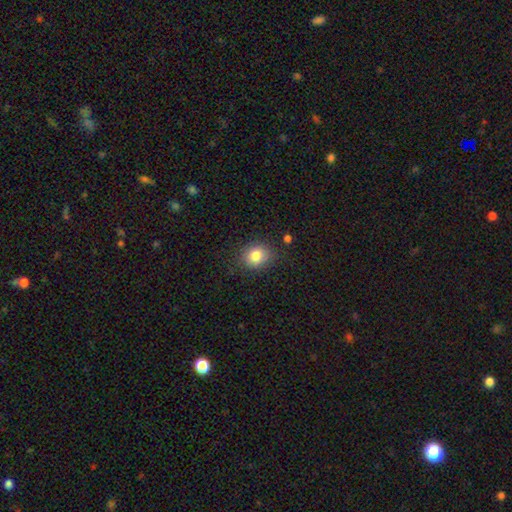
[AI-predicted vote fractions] Smooth or featured: smooth — 82% (star or artifact — 10%)
How rounded: round — 67% (in between — 32%)
Merging: none — 83% (minor disturbance — 12%)